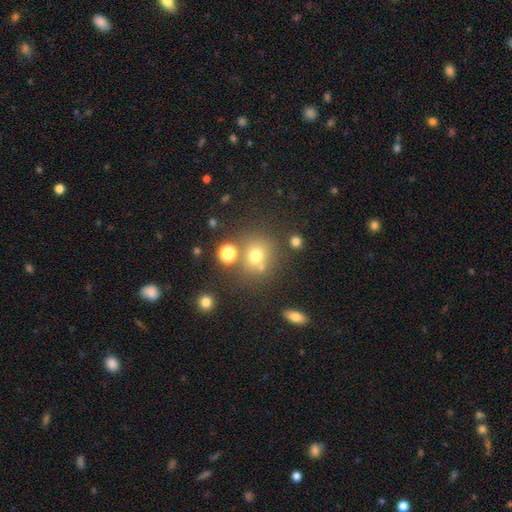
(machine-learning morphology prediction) This appears to be a smooth galaxy with no disk features (68%) that is round (82%). Merging: none (67%).